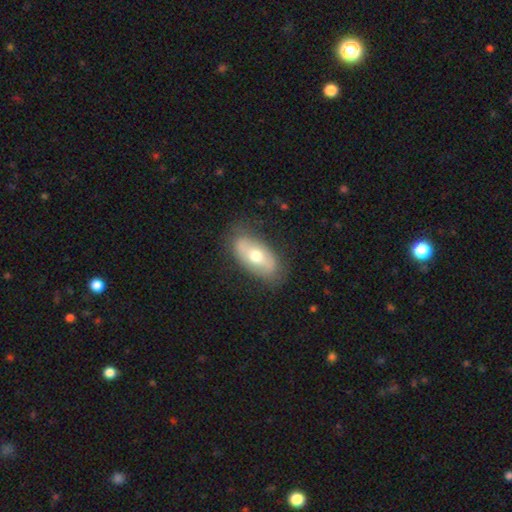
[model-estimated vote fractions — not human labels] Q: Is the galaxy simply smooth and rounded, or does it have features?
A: smooth — 55%.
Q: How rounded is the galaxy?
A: in between — 91%.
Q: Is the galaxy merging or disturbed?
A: none — 79%.